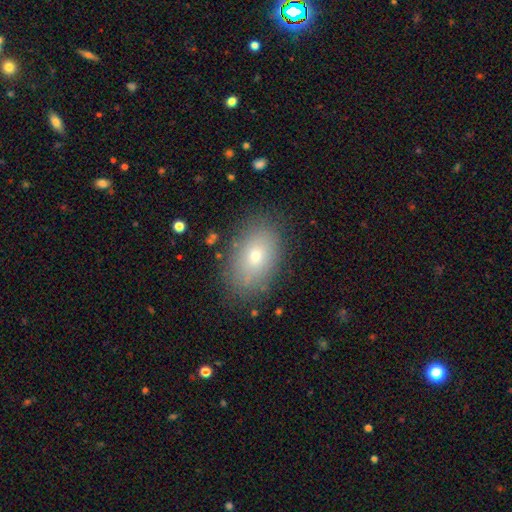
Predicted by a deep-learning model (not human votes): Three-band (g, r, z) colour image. It shows a smooth galaxy with no disk features (72%) that is in between round and cigar-shaped (84%). Merging: none (83%).